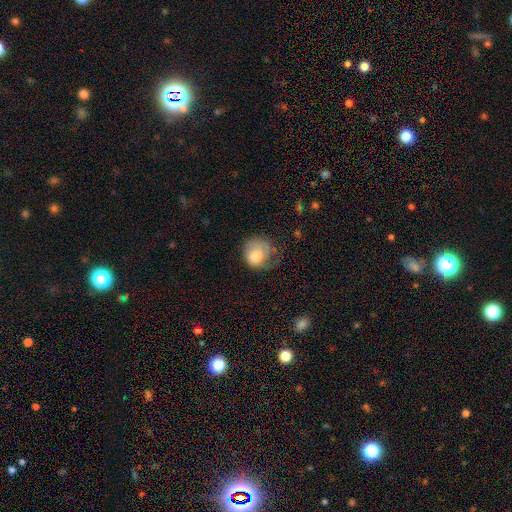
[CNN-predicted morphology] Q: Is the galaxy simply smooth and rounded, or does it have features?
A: smooth — 68%.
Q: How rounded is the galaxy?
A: round — 70%.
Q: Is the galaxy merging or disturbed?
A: none — 35%.